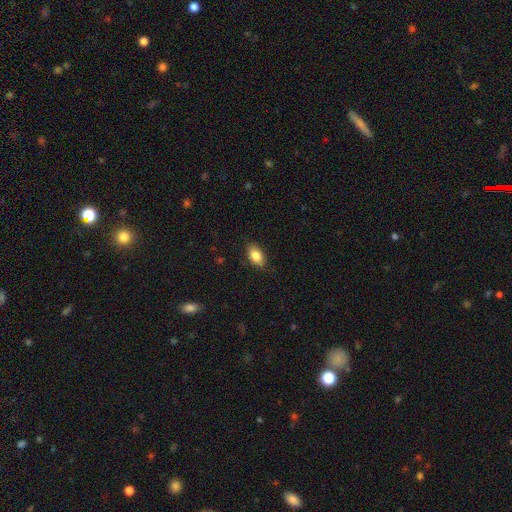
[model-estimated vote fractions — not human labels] The model was most divided on "merging": none: 86%, minor disturbance: 11%, major disturbance: 2%, merger: 1%. More confident: how rounded — in between (89%); smooth or featured — smooth (84%).